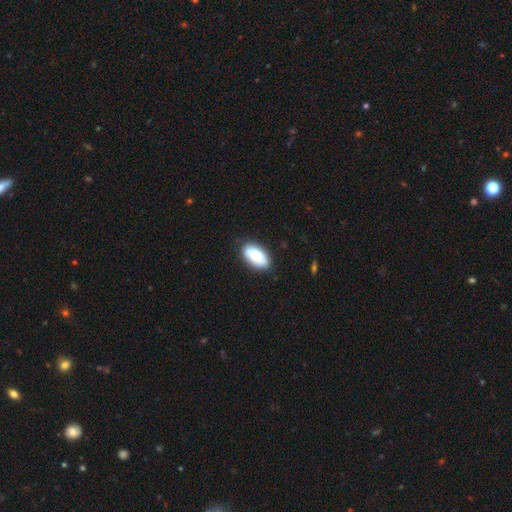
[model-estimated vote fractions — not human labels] Smooth or featured: smooth — 76% (featured or disk — 18%)
How rounded: in between — 94% (round — 3%)
Merging: none — 78% (minor disturbance — 17%)